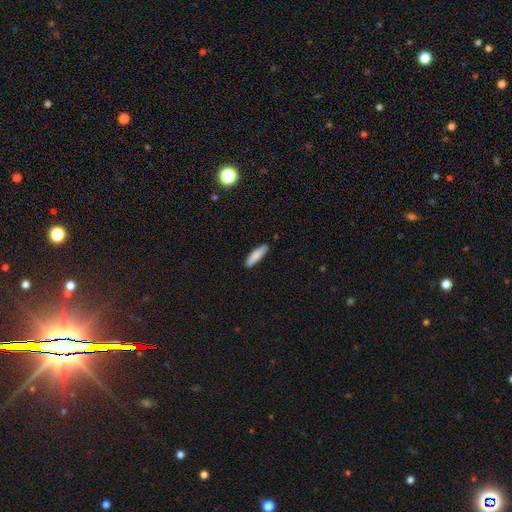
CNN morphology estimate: Smooth or featured? Predicted: smooth (p=0.84). How rounded? Predicted: cigar-shaped (p=0.70). Merging? Predicted: none (p=0.87).